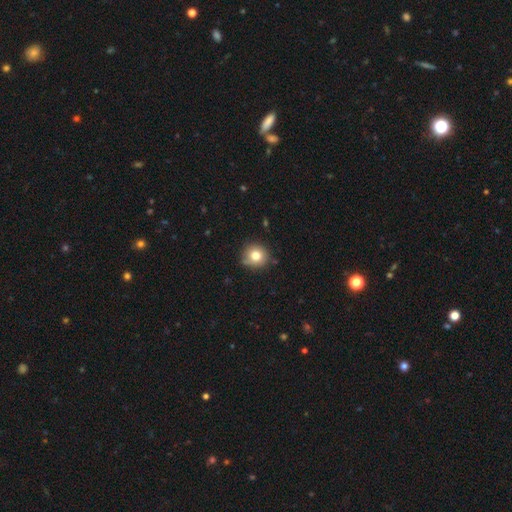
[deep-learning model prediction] Overall: smooth (79%). How rounded: round (91%). Merging: none (80%).